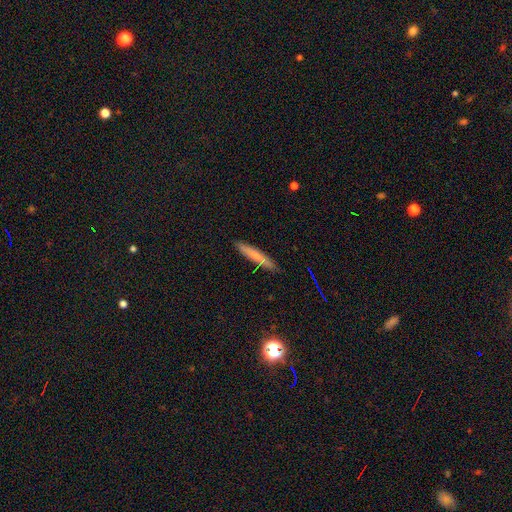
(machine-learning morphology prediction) Smooth or featured? smooth (67%)
How rounded? cigar-shaped (94%)
Merging? none (86%)